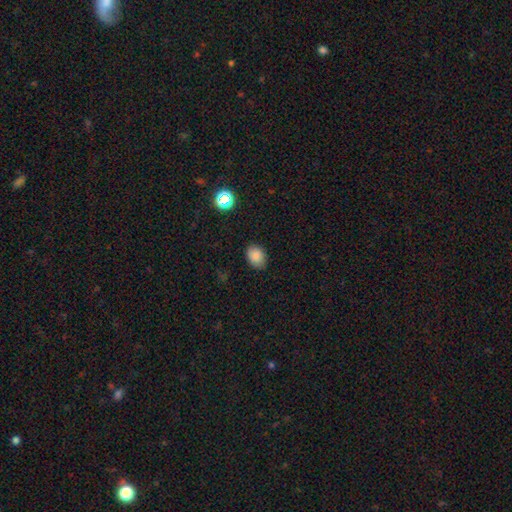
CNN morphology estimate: Smooth or featured? Predicted: smooth (p=0.85). How rounded? Predicted: in between (p=0.70). Merging? Predicted: none (p=0.85).